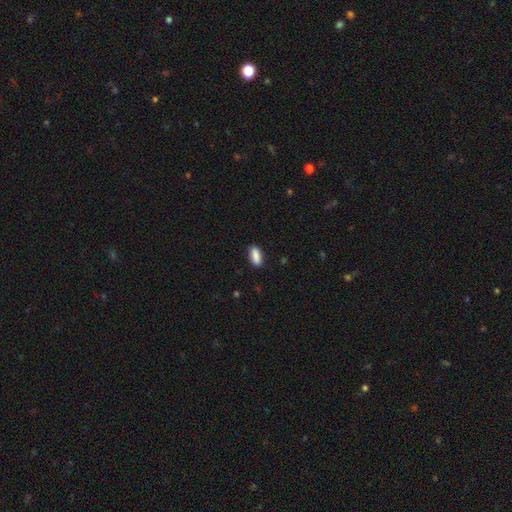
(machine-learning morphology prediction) A smooth galaxy with no disk features (88%) that is in between round and cigar-shaped (81%).

Vote fractions:
- Smooth or featured? smooth: 88% / star or artifact: 7% / featured or disk: 5%
- How rounded? in between: 81% / cigar-shaped: 17% / round: 2%
- Merging? none: 87% / minor disturbance: 10% / major disturbance: 2% / merger: 1%